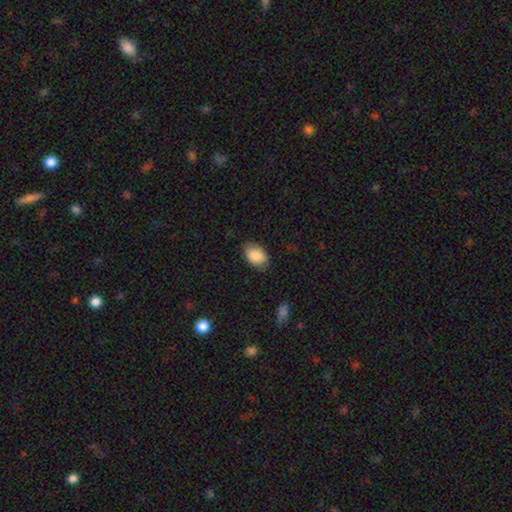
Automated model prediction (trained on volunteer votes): A smooth galaxy with no disk features (87%) that is in between round and cigar-shaped (88%). Merging: none (79%).